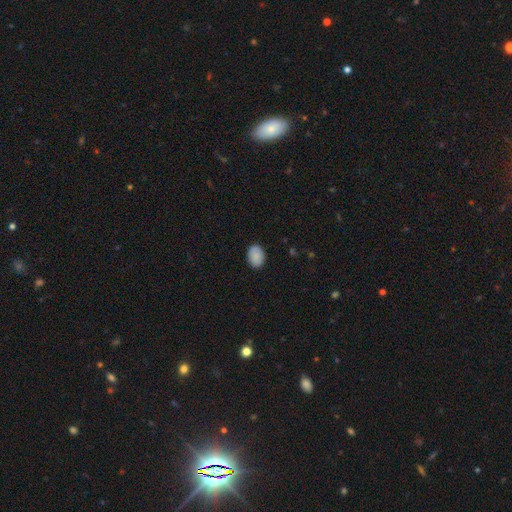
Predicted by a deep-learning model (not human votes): Smooth or featured?
  - smooth: 87% *
  - star or artifact: 7%
  - featured or disk: 5%
How rounded?
  - in between: 79% *
  - round: 20%
  - cigar-shaped: 1%
Merging?
  - none: 87% *
  - minor disturbance: 10%
  - major disturbance: 2%
  - merger: 1%